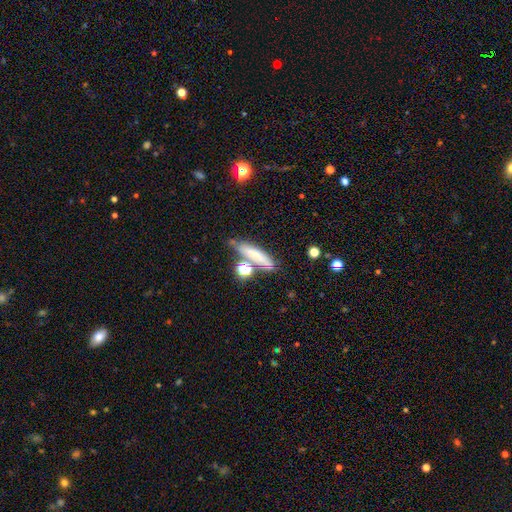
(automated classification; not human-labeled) smooth 70%, featured or disk 19%, star or artifact 11%. Down the decision tree: how rounded — cigar-shaped (67%); merging — none (62%).